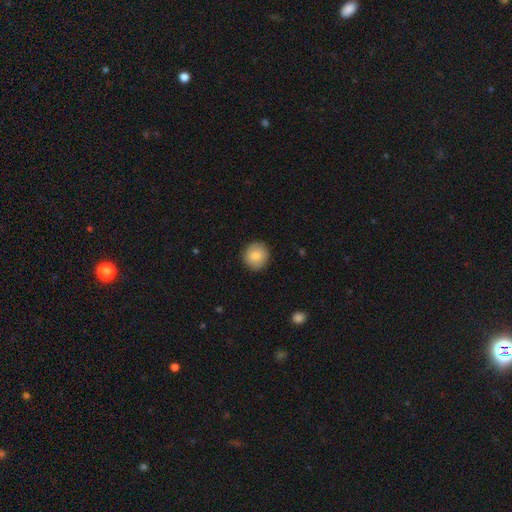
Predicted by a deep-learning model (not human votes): This is clearly a smooth galaxy (84%). How rounded: clearly round (92%). Merging: clearly none (90%).